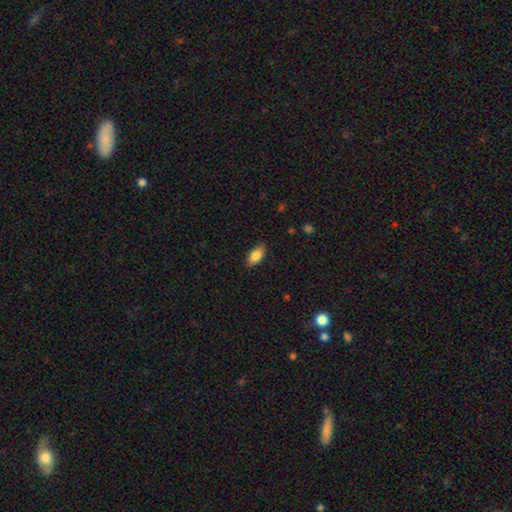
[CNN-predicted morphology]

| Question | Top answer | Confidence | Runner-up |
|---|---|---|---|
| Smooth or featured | smooth | 80% | featured or disk (13%) |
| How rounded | in between | 88% | cigar-shaped (9%) |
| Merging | none | 87% | minor disturbance (10%) |